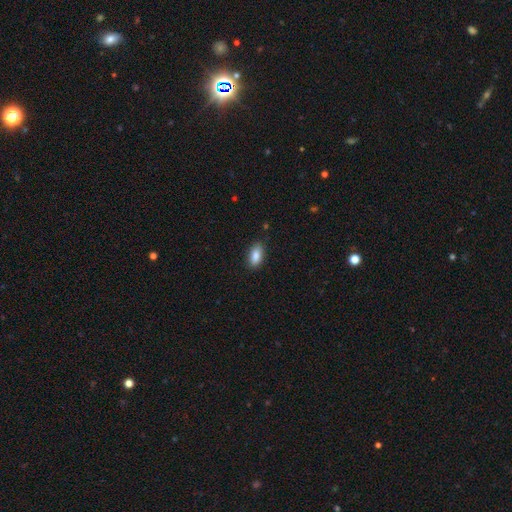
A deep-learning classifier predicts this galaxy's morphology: Q: Smooth or featured?
A: smooth (87%); runner-up: star or artifact (7%)
Q: How rounded?
A: in between (90%); runner-up: cigar-shaped (7%)
Q: Merging?
A: none (86%); runner-up: minor disturbance (11%)